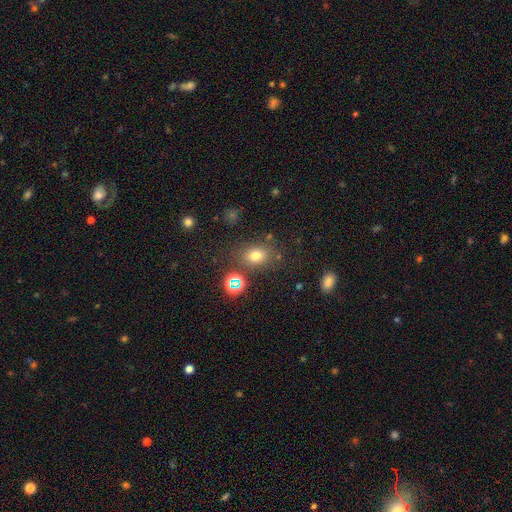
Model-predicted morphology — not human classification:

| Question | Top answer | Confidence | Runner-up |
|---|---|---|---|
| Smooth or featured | smooth | 70% | star or artifact (20%) |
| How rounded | in between | 59% | round (40%) |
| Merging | none | 75% | minor disturbance (13%) |